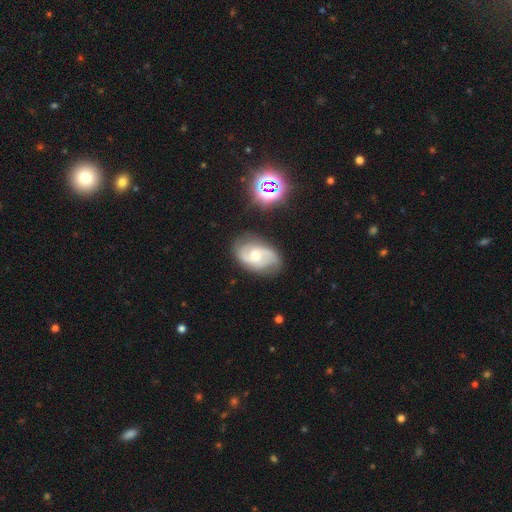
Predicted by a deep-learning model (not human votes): Smooth or featured: featured or disk — 73% (smooth — 19%)
Edge-on disk: no — 96% (yes — 4%)
Bar: no — 50% (weak — 42%)
Spiral arms: yes — 92% (no — 8%)
Spiral winding: medium — 47% (loose — 31%)
Spiral arm count: 2 — 80% (can't tell — 10%)
Bulge size: moderate — 58% (small — 34%)
Merging: none — 72% (minor disturbance — 20%)